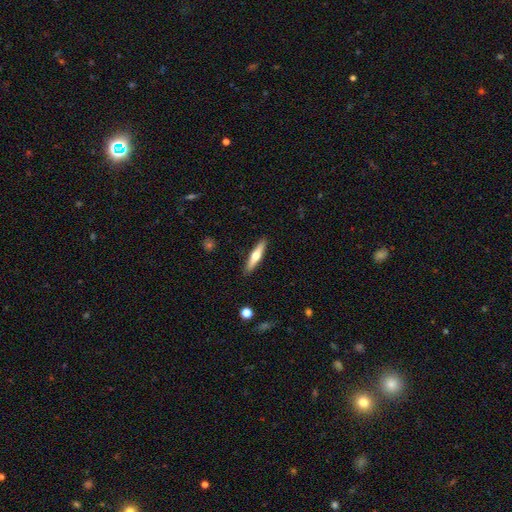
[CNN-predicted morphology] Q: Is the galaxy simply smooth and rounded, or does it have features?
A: smooth — 48%.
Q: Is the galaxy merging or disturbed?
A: none — 90%.